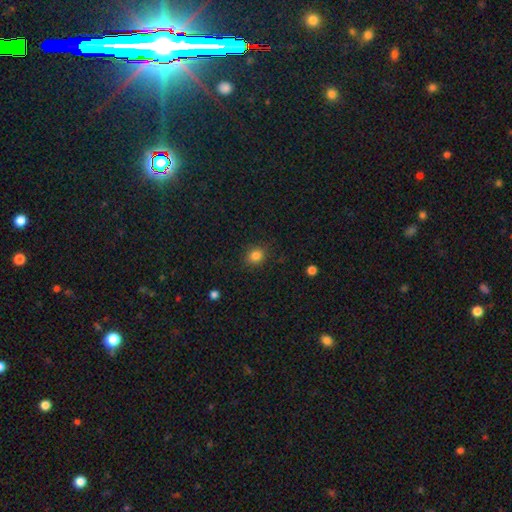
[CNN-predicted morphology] Smooth or featured? smooth (83%)
How rounded? round (75%)
Merging? none (86%)